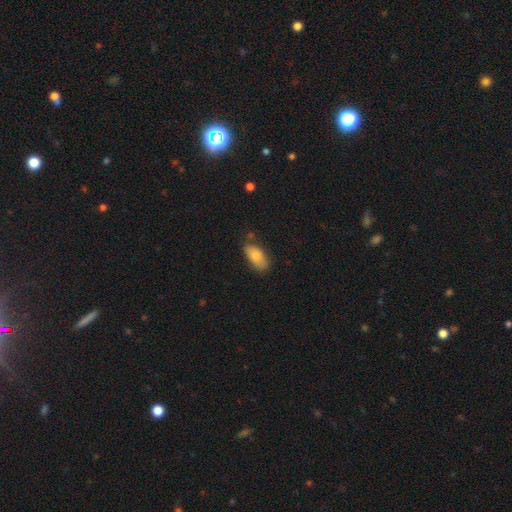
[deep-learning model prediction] Overall: smooth (81%). How rounded: in between (88%). Merging: none (71%).